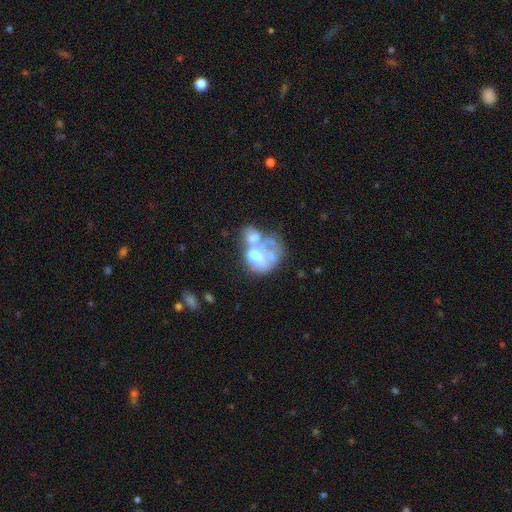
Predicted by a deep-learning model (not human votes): The model was most divided on "bulge size": none: 34%, moderate: 33%, large: 19%, small: 9%, dominant: 5%. Remaining: edge-on disk — no (98%); spiral arms — no (91%); bar — no (90%); smooth or featured — featured or disk (56%); merging — merger (49%).